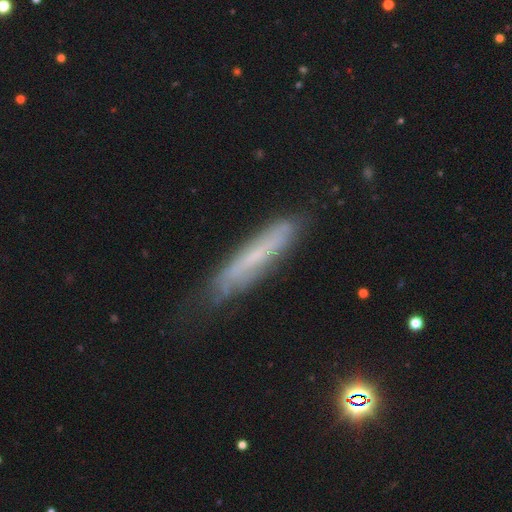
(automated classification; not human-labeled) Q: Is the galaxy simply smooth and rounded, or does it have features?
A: featured or disk — 48%.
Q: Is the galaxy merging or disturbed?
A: none — 70%.